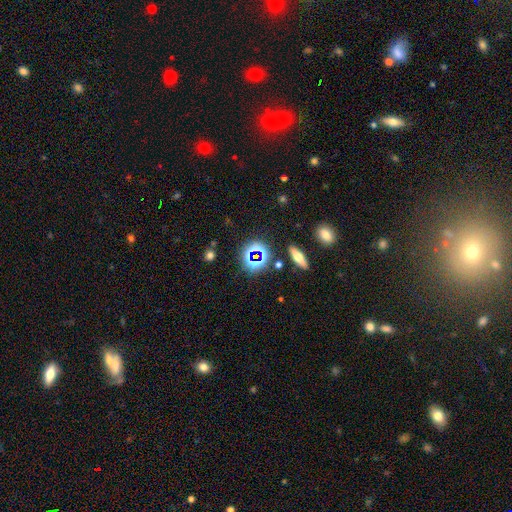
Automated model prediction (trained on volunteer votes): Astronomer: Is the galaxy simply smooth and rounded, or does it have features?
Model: star or artifact — 59%.